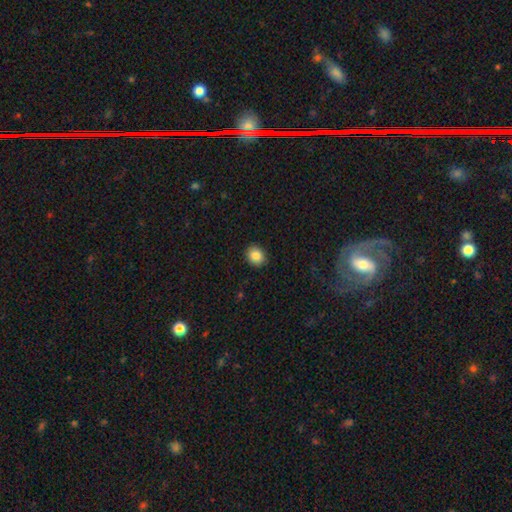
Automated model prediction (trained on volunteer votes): Morphology: type=smooth (86%); roundness=round (64%); merging=none (91%).